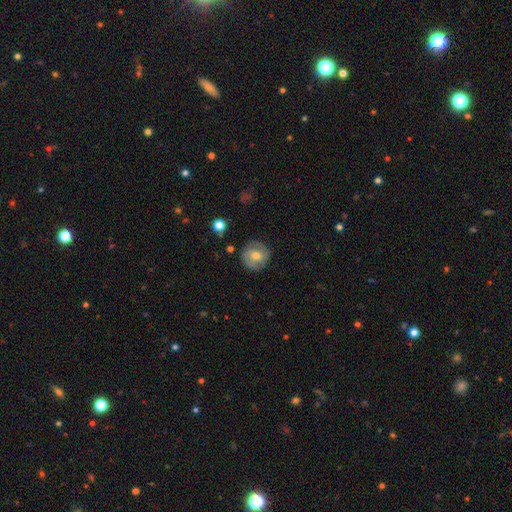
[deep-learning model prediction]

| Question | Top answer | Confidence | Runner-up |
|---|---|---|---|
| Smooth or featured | featured or disk | 50% | smooth (43%) |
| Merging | none | 84% | minor disturbance (12%) |